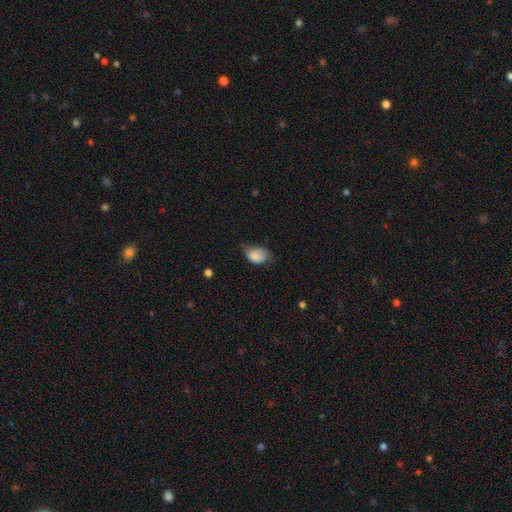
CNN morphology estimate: smooth_or_featured: smooth (p=0.83) [alt: featured or disk p=0.10]
how_rounded: in between (p=0.84) [alt: round p=0.15]
merging: minor disturbance (p=0.45) [alt: none p=0.38]